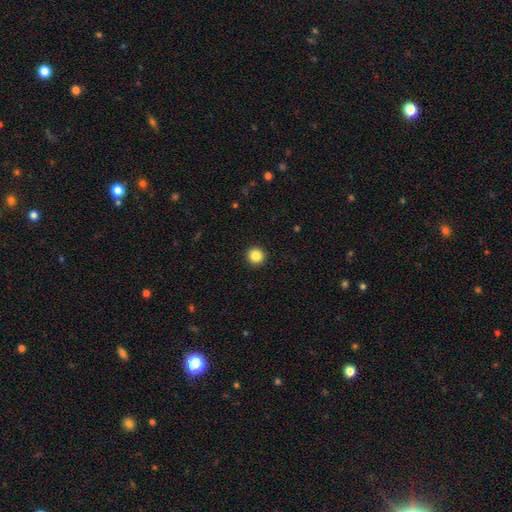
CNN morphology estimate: Smooth or featured? smooth (86%)
How rounded? round (96%)
Merging? none (94%)